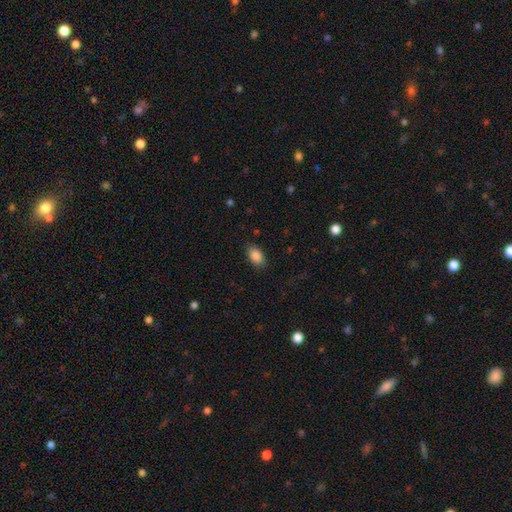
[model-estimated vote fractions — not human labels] Overall: smooth (88%). How rounded: in between (90%). Merging: none (84%).